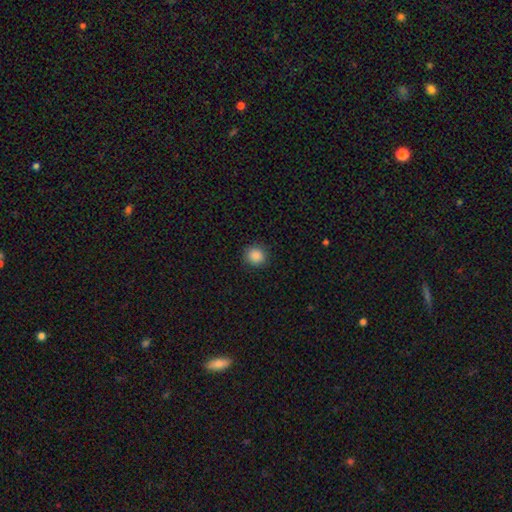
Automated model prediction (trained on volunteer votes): Overall: smooth (88%). How rounded: round (90%). Merging: none (90%).